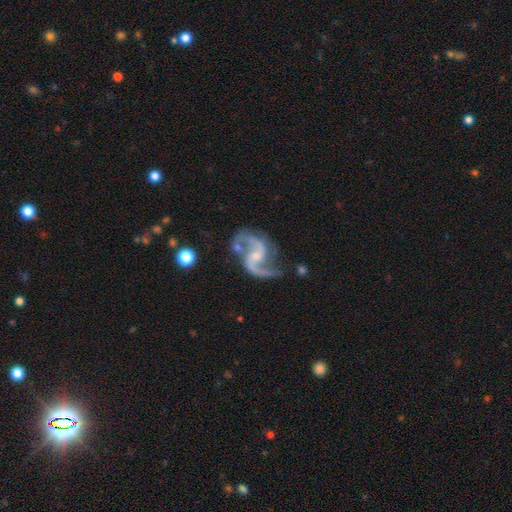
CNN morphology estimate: Smooth or featured?
  - featured or disk: 93% *
  - star or artifact: 4%
  - smooth: 3%
Edge-on disk?
  - no: 98% *
  - yes: 2%
Bar?
  - weak: 43% *
  - no: 40%
  - strong: 17%
Spiral arms?
  - yes: 98% *
  - no: 2%
Spiral winding?
  - loose: 49% *
  - medium: 44%
  - tight: 7%
Spiral arm count?
  - 2: 94% *
  - 1: 1%
  - 3: 1%
  - can't tell: 1%
  - 4: 1%
  - more than 4: 1%
Bulge size?
  - small: 62% *
  - moderate: 29%
  - none: 7%
  - large: 2%
  - dominant: 1%
Merging?
  - none: 68% *
  - minor disturbance: 18%
  - major disturbance: 9%
  - merger: 6%